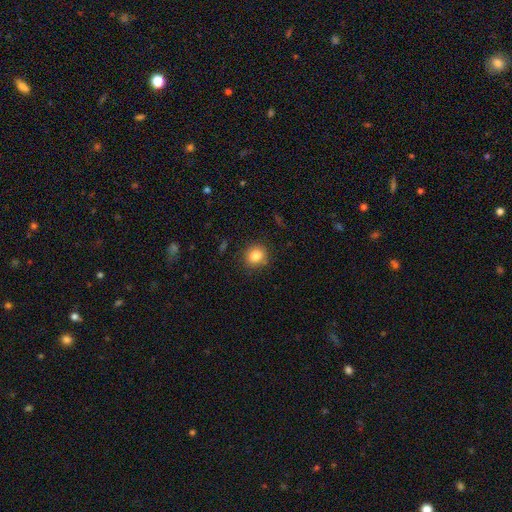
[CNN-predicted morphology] Overall: smooth (84%). How rounded: round (76%). Merging: none (86%).